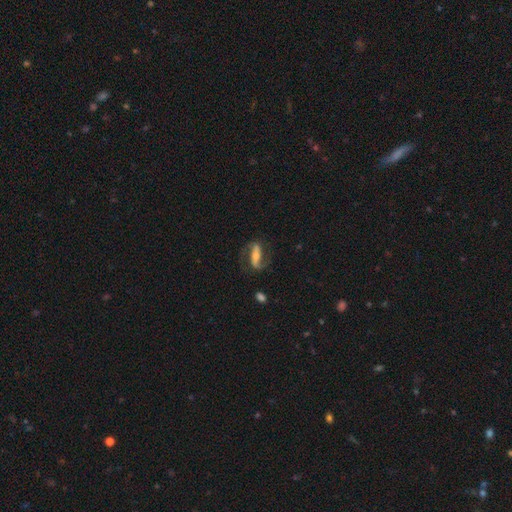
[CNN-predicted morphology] Smooth or featured? Predicted: featured or disk (p=0.78). Edge-on disk? Predicted: no (p=0.89). Bar? Predicted: strong (p=0.64). Spiral arms? Predicted: yes (p=0.92). Spiral winding? Predicted: medium (p=0.43). Spiral arm count? Predicted: 2 (p=0.90). Bulge size? Predicted: moderate (p=0.49). Merging? Predicted: none (p=0.72).